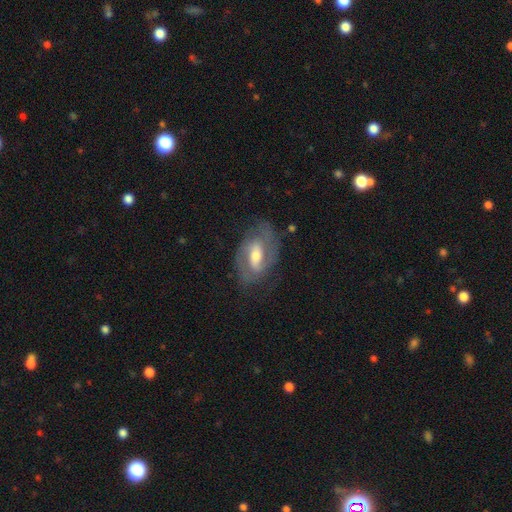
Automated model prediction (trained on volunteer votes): Smooth or featured? Predicted: featured or disk (p=0.79). Edge-on disk? Predicted: no (p=0.95). Bar? Predicted: weak (p=0.45). Spiral arms? Predicted: yes (p=0.89). Spiral winding? Predicted: medium (p=0.49). Spiral arm count? Predicted: 2 (p=0.82). Bulge size? Predicted: moderate (p=0.63). Merging? Predicted: none (p=0.69).